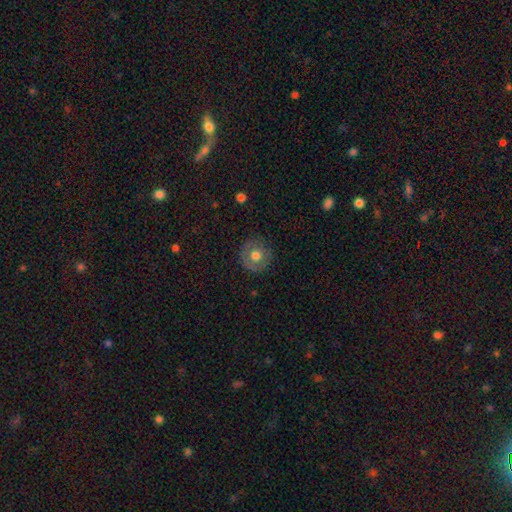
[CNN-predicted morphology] smooth 64%, featured or disk 28%, star or artifact 8%. Down the decision tree: how rounded — round (94%); merging — none (85%).